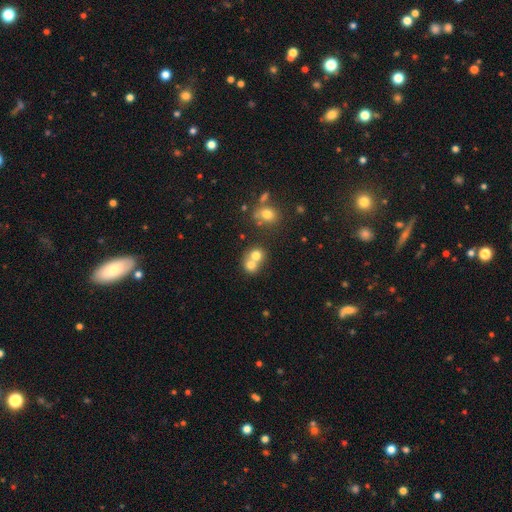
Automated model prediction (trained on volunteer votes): A smooth galaxy with no disk features (72%) that is round (78%). Merging: merger (58%).